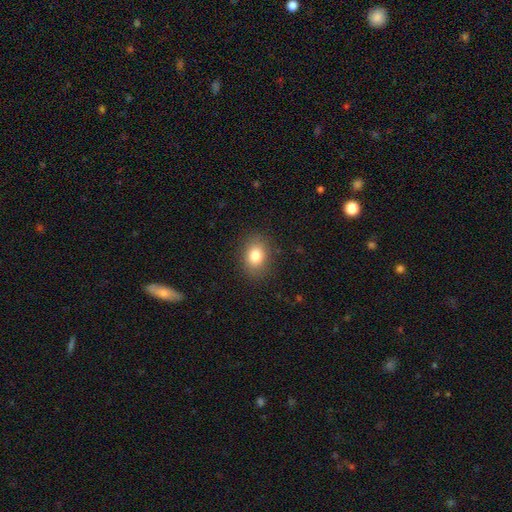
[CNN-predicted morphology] A smooth galaxy with no disk features (81%) that is in between round and cigar-shaped (63%).

Vote fractions:
- Smooth or featured? smooth: 81% / star or artifact: 10% / featured or disk: 9%
- How rounded? in between: 63% / round: 36% / cigar-shaped: 1%
- Merging? none: 86% / minor disturbance: 10% / major disturbance: 3% / merger: 1%